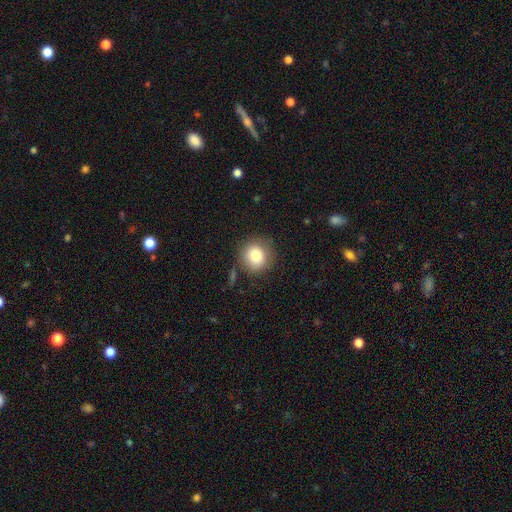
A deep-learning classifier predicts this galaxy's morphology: Overall: smooth (83%). How rounded: round (88%). Merging: none (80%).